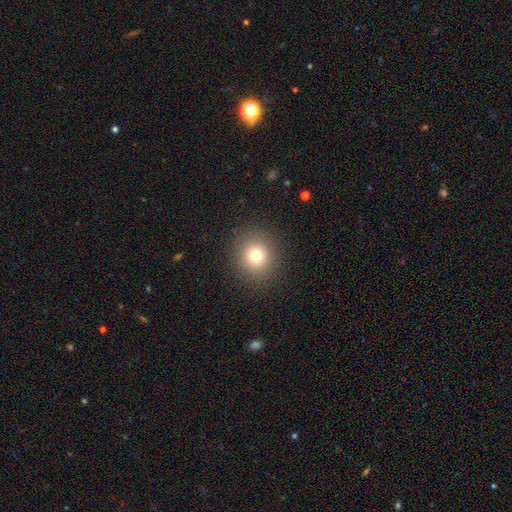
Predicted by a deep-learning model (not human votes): This is likely a smooth galaxy (76%). How rounded: clearly round (88%). Merging: clearly none (90%).